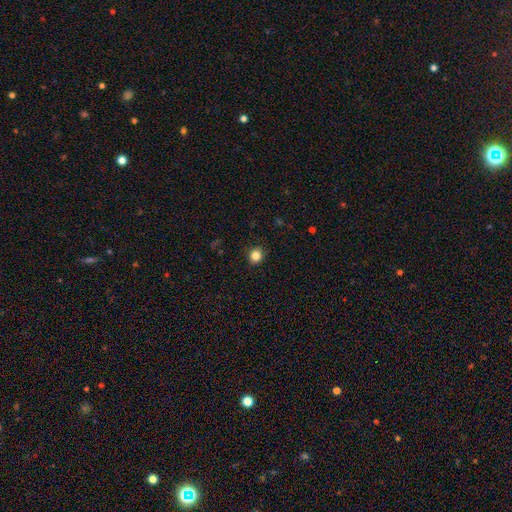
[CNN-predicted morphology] smooth_or_featured: smooth (p=0.84) [alt: star or artifact p=0.12]
how_rounded: round (p=0.87) [alt: in between p=0.13]
merging: none (p=0.89) [alt: minor disturbance p=0.08]